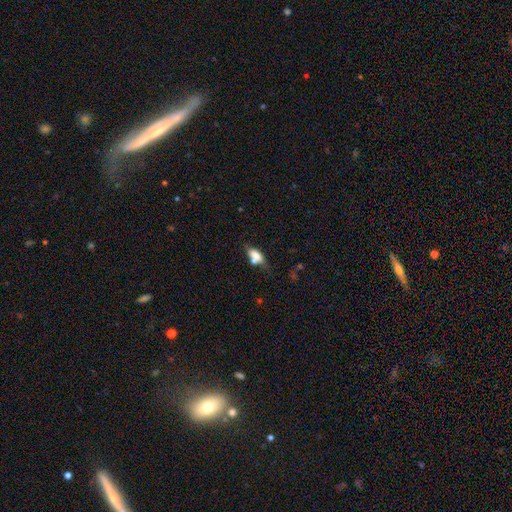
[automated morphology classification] Q: Smooth or featured?
A: smooth (69%); runner-up: featured or disk (22%)
Q: How rounded?
A: in between (74%); runner-up: cigar-shaped (20%)
Q: Merging?
A: none (45%); runner-up: merger (27%)